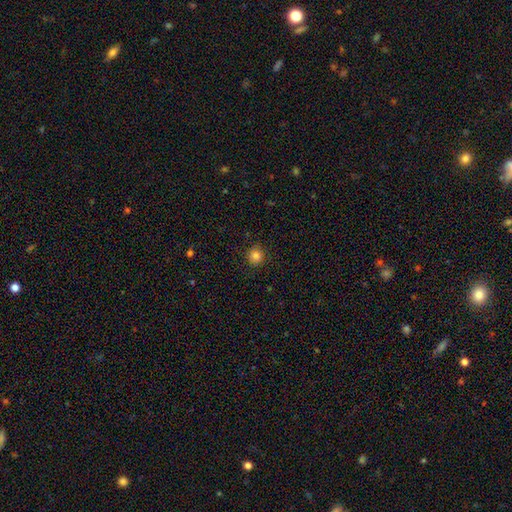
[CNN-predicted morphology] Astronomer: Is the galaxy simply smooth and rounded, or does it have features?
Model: smooth — 83%.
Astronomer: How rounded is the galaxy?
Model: round — 90%.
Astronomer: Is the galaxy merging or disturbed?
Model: none — 89%.